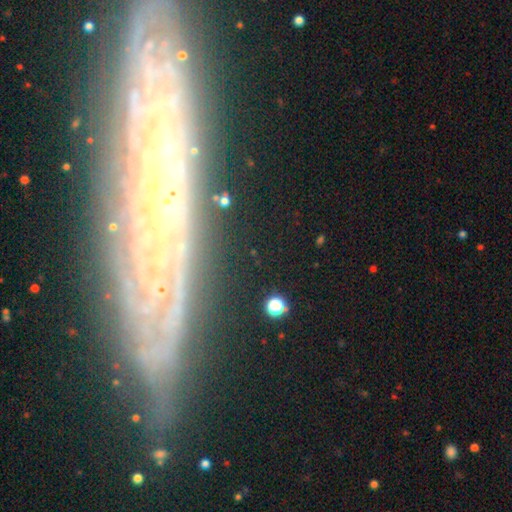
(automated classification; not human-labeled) featured or disk 60%, star or artifact 25%, smooth 15%. Down the decision tree: edge-on disk — yes (50%, tied with no); merging — none (83%).